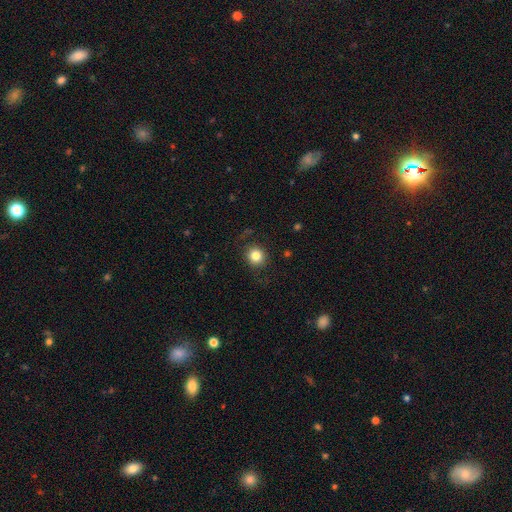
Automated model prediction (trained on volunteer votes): Smooth or featured: smooth — 83% (star or artifact — 11%)
How rounded: round — 86% (in between — 13%)
Merging: none — 85% (minor disturbance — 10%)